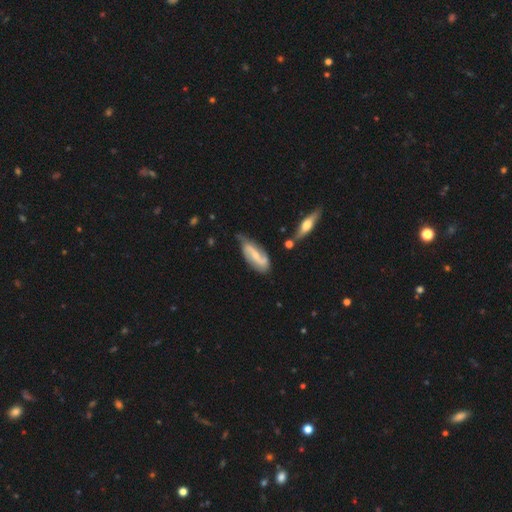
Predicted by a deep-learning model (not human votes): A featured or disk galaxy (74%) with a weak bar (41%), 2 (86%) loose (49%) spiral arms (92%) and a small central bulge (60%). Merging: none (58%).